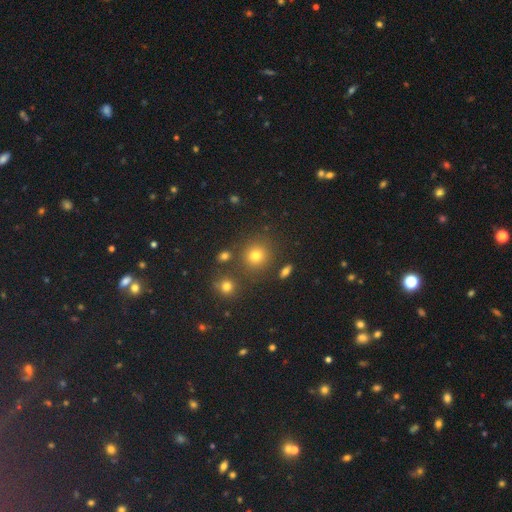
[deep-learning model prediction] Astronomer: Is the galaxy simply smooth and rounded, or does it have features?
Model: smooth — 72%.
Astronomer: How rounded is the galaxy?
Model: round — 88%.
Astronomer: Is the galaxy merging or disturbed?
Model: none — 81%.